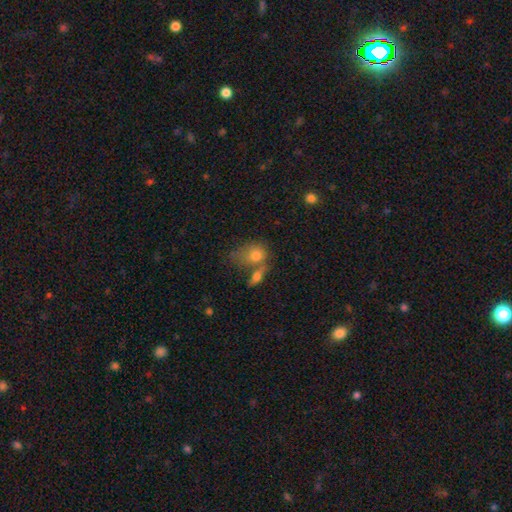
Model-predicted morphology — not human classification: smooth-or-featured: smooth: 73% | featured or disk: 18% | star or artifact: 9%
  how-rounded: in between: 64% | round: 34% | cigar-shaped: 3%
  merging: merger: 46% | none: 25% | minor disturbance: 16% | major disturbance: 13%